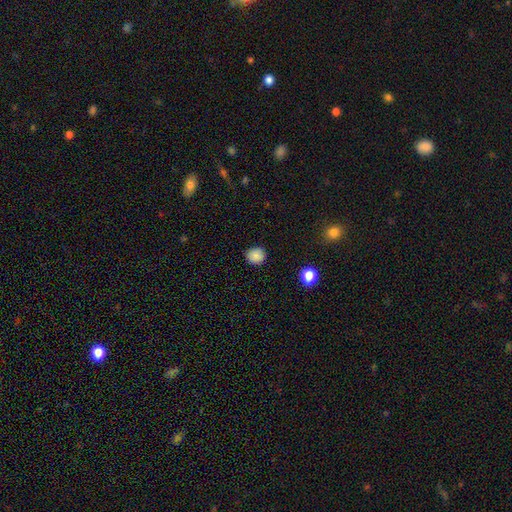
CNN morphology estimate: smooth-or-featured: smooth: 86% | star or artifact: 11% | featured or disk: 3%
  how-rounded: round: 86% | in between: 13% | cigar-shaped: 1%
  merging: none: 88% | minor disturbance: 8% | major disturbance: 2% | merger: 1%